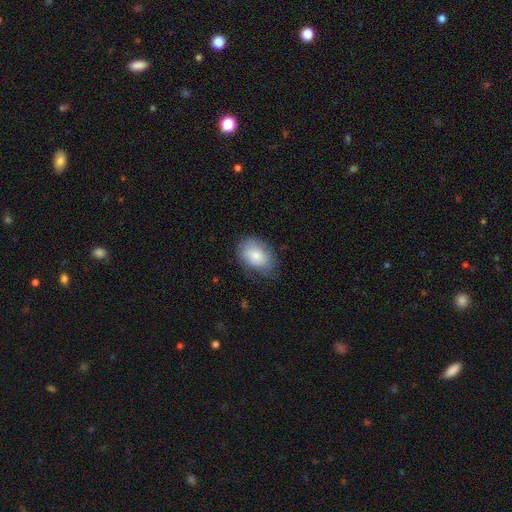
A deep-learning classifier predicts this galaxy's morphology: This is likely a smooth galaxy (75%). How rounded: clearly in between (84%). Merging: likely none (61%).